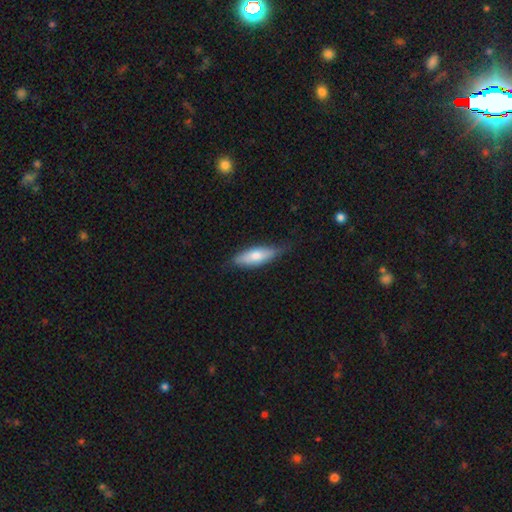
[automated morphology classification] Q: Smooth or featured?
A: smooth (67%); runner-up: featured or disk (27%)
Q: How rounded?
A: in between (51%); runner-up: cigar-shaped (47%)
Q: Merging?
A: none (73%); runner-up: minor disturbance (22%)